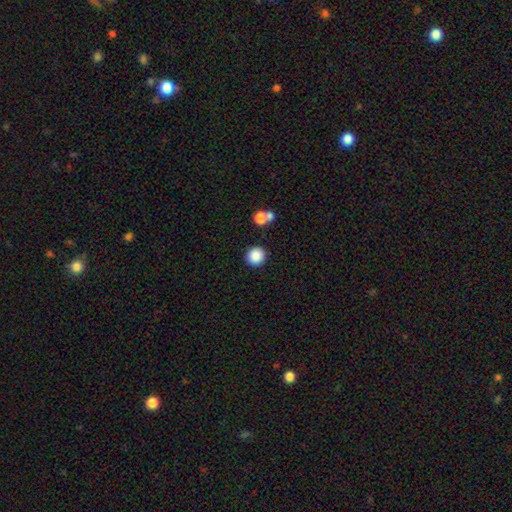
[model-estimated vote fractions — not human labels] A smooth galaxy with no disk features (87%) that is round (93%).

Vote fractions:
- Smooth or featured? smooth: 87% / star or artifact: 9% / featured or disk: 4%
- How rounded? round: 93% / in between: 6% / cigar-shaped: 1%
- Merging? none: 87% / minor disturbance: 6% / merger: 5% / major disturbance: 2%